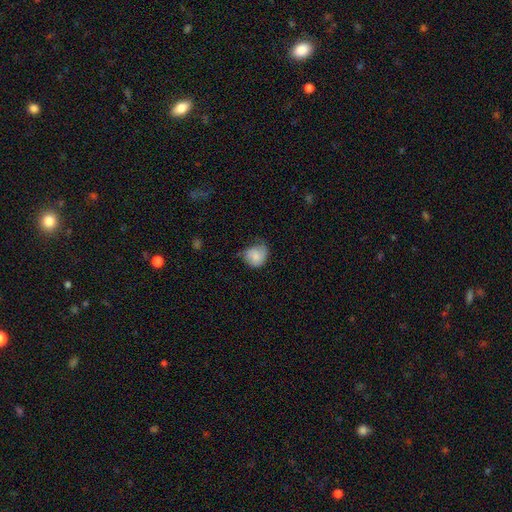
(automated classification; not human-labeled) Morphology: type=smooth (72%); roundness=round (68%); merging=none (42%).